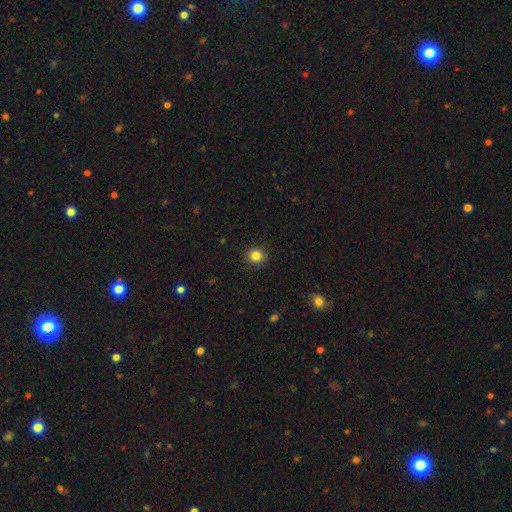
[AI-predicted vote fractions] Smooth or featured?
  - smooth: 83% *
  - star or artifact: 12%
  - featured or disk: 5%
How rounded?
  - round: 91% *
  - in between: 8%
  - cigar-shaped: 1%
Merging?
  - none: 92% *
  - minor disturbance: 5%
  - major disturbance: 2%
  - merger: 1%